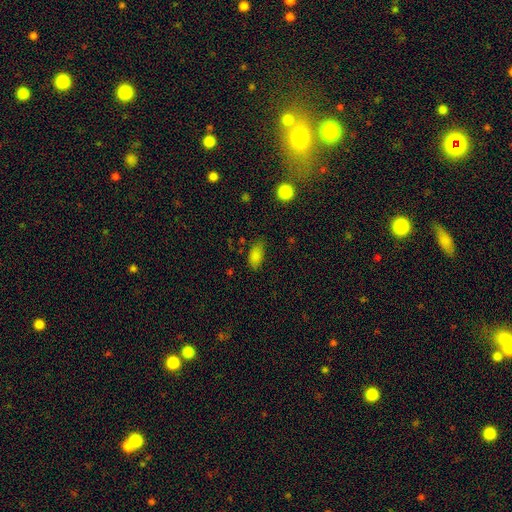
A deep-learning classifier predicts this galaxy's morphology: smooth_or_featured: smooth (p=0.82) [alt: star or artifact p=0.12]
how_rounded: in between (p=0.90) [alt: round p=0.05]
merging: none (p=0.69) [alt: minor disturbance p=0.23]